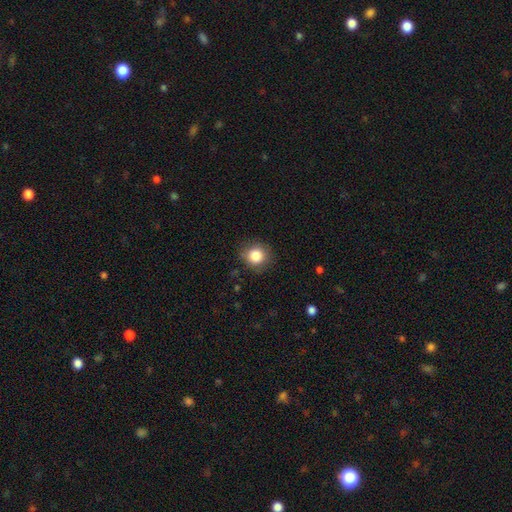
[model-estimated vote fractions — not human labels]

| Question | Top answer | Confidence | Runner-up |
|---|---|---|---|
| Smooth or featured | smooth | 84% | star or artifact (10%) |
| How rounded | round | 89% | in between (10%) |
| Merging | none | 85% | minor disturbance (11%) |